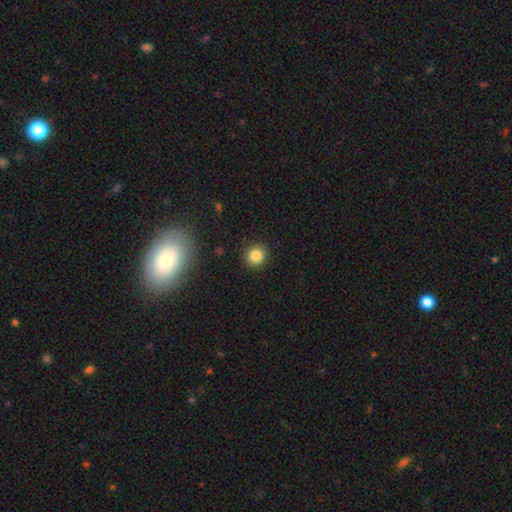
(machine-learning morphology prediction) Smooth or featured: smooth — 84% (star or artifact — 11%)
How rounded: round — 87% (in between — 12%)
Merging: none — 90% (minor disturbance — 6%)